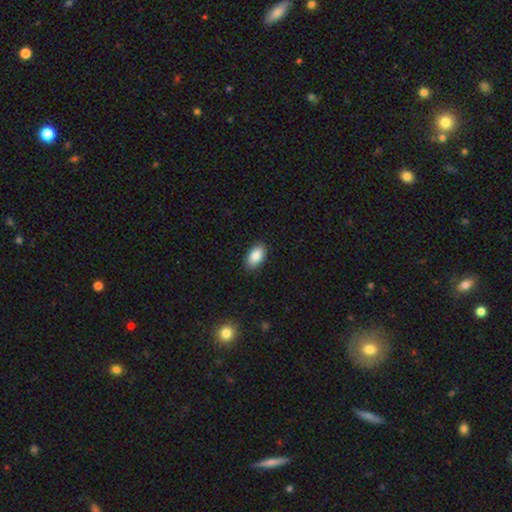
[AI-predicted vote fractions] This is clearly a smooth galaxy (87%). How rounded: clearly in between (94%). Merging: clearly none (88%).